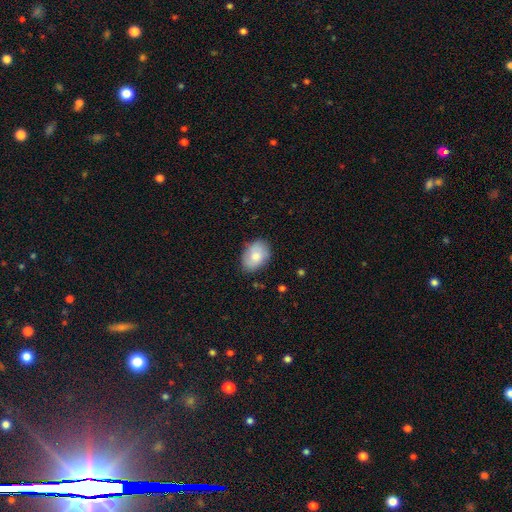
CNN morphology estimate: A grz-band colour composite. It shows a smooth galaxy with no disk features (77%) that is in between round and cigar-shaped (81%). Merging: none (79%).